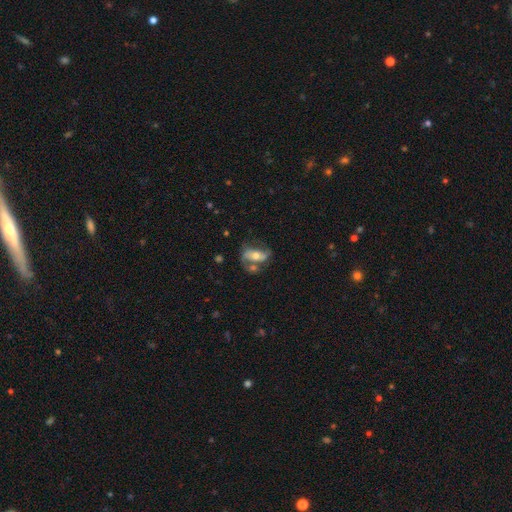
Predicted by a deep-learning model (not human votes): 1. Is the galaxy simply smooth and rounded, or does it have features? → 61% featured or disk, 32% smooth, 7% star or artifact.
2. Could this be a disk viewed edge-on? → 90% no, 10% yes.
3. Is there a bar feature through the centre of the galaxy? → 46% no, 28% strong, 26% weak.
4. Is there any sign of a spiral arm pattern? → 72% yes, 28% no.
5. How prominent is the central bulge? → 65% moderate, 25% small, 8% large, 2% none, 1% dominant.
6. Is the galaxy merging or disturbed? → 41% none, 24% merger, 19% minor disturbance, 16% major disturbance.